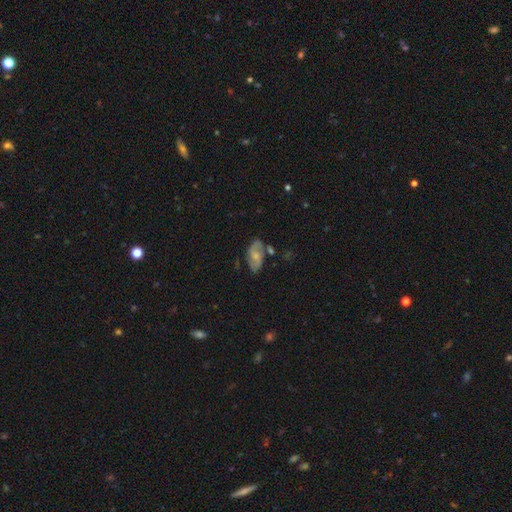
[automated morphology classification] This is possibly a featured or disk galaxy (58%). It is clearly not viewed edge-on (94%). Bar: possibly no (47%). Spiral arm pattern: clearly yes (82%). Central bulge: marginally moderate (42%). Merging: likely none (65%).